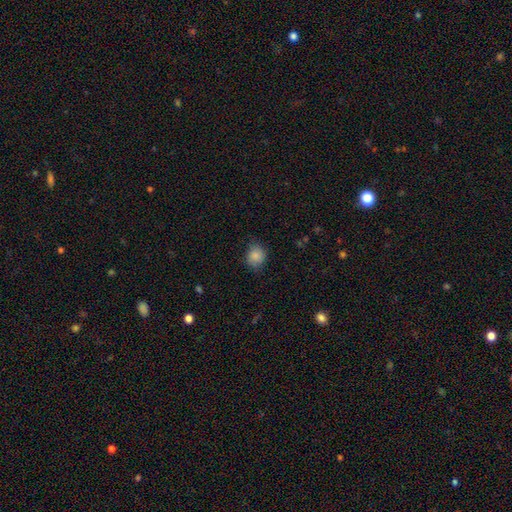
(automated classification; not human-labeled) A smooth galaxy with no disk features (85%) that is round (73%).

Vote fractions:
- Smooth or featured? smooth: 85% / star or artifact: 9% / featured or disk: 6%
- How rounded? round: 73% / in between: 26% / cigar-shaped: 1%
- Merging? none: 74% / minor disturbance: 21% / major disturbance: 5% / merger: 1%